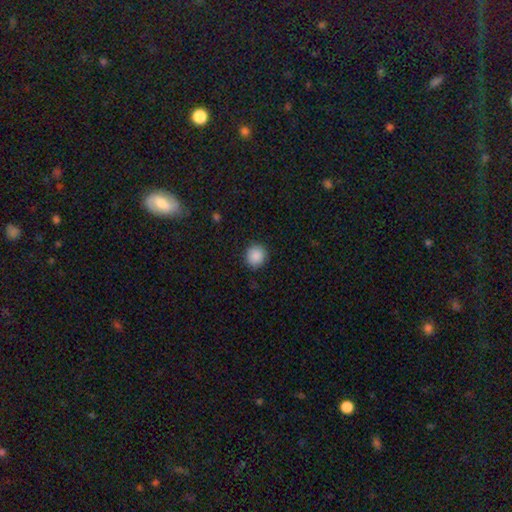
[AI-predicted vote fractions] smooth_or_featured: smooth (p=0.89) [alt: star or artifact p=0.08]
how_rounded: round (p=0.90) [alt: in between p=0.09]
merging: none (p=0.90) [alt: minor disturbance p=0.07]